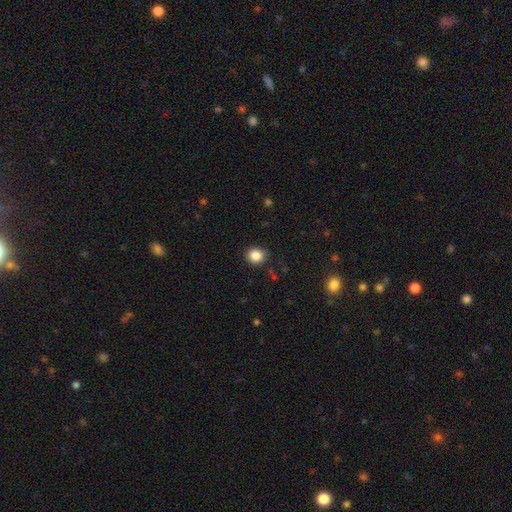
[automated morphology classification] smooth 86%, star or artifact 10%, featured or disk 4%. Down the decision tree: how rounded — round (77%); merging — none (88%).